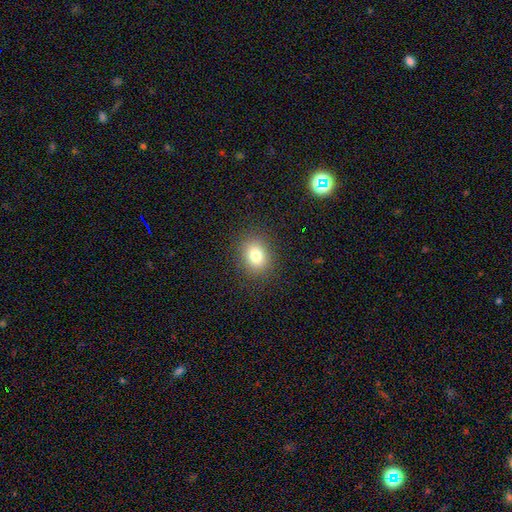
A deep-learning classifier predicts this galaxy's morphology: Smooth or featured? Predicted: smooth (p=0.80). How rounded? Predicted: in between (p=0.53). Merging? Predicted: none (p=0.87).